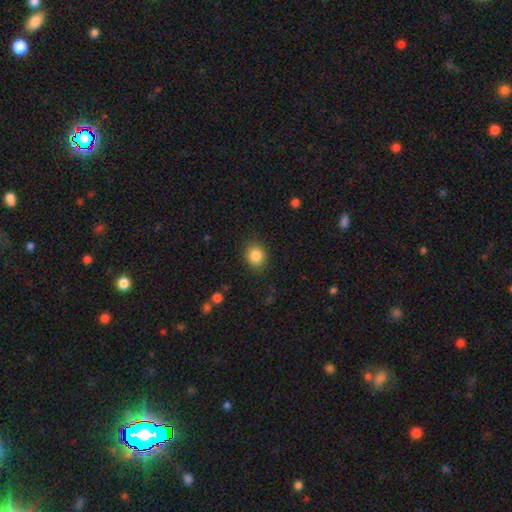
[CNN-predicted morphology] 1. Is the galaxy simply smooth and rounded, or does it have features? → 86% smooth, 9% star or artifact, 5% featured or disk.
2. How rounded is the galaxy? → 57% round, 42% in between, 1% cigar-shaped.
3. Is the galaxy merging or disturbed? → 86% none, 10% minor disturbance, 3% major disturbance, 1% merger.